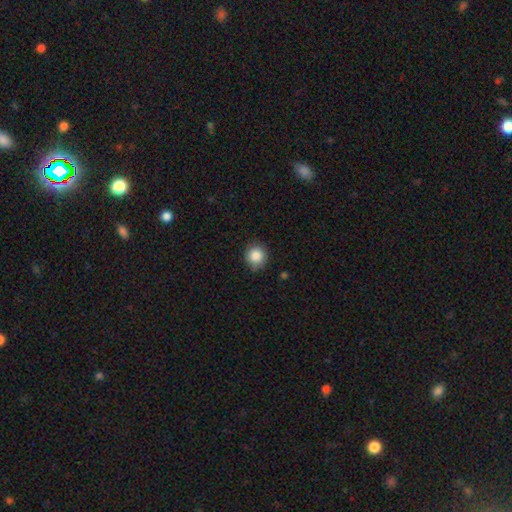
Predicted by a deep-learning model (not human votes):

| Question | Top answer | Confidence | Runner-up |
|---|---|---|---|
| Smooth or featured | smooth | 86% | star or artifact (9%) |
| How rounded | round | 91% | in between (8%) |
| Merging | none | 84% | minor disturbance (12%) |